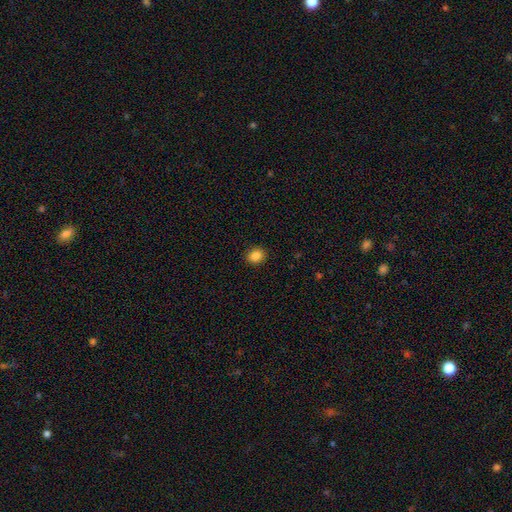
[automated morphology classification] This is clearly a smooth galaxy (85%). How rounded: likely round (70%). Merging: clearly none (91%).